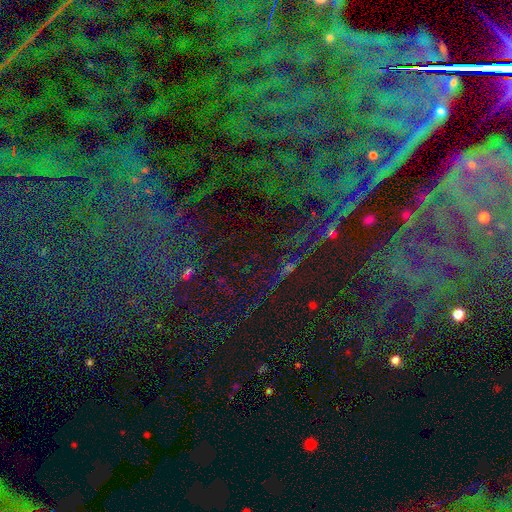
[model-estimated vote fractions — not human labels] A star or artifact, not a galaxy (70%).